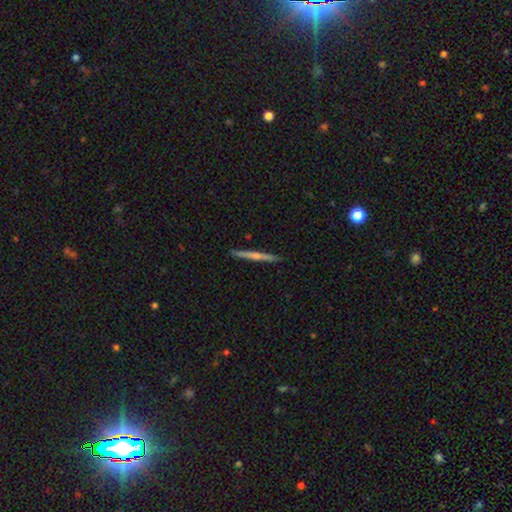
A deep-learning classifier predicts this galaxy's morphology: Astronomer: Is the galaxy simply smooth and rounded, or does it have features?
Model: featured or disk — 69%.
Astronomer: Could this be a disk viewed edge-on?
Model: yes — 98%.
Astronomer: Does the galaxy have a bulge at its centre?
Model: rounded — 67%.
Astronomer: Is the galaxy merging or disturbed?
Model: none — 92%.